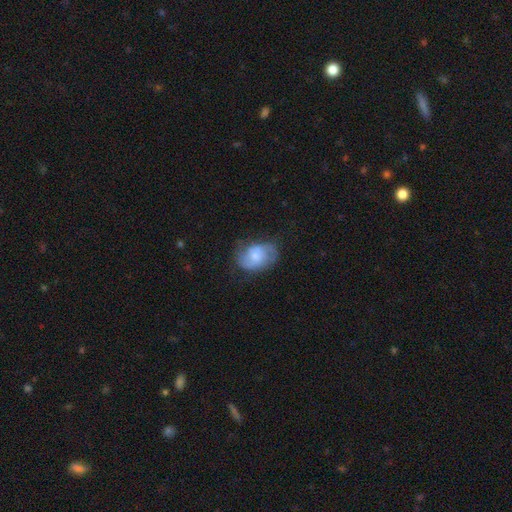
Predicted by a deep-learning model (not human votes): Smooth or featured: smooth — 47% (featured or disk — 45%)
Merging: none — 54% (minor disturbance — 28%)